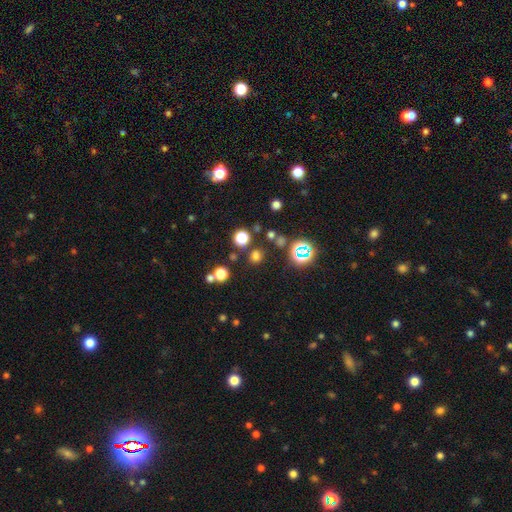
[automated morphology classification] Smooth or featured: smooth — 63% (star or artifact — 31%)
How rounded: round — 83% (in between — 16%)
Merging: none — 80% (minor disturbance — 9%)